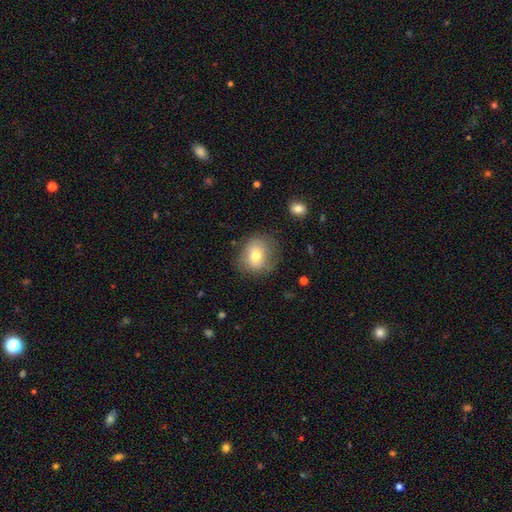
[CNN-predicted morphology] type=smooth (70%); roundness=round (65%); merging=none (69%).